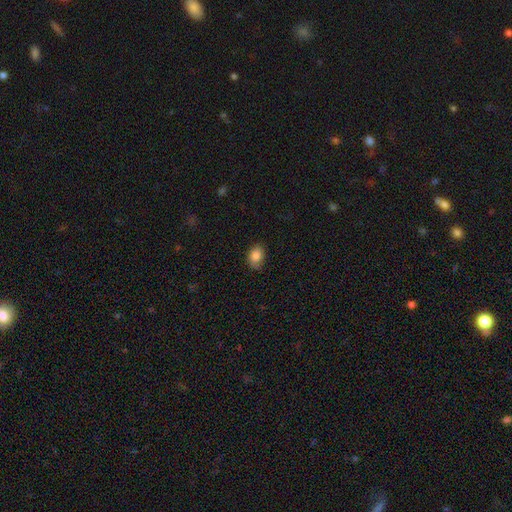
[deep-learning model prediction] Smooth or featured? smooth (85%)
How rounded? in between (70%)
Merging? none (77%)